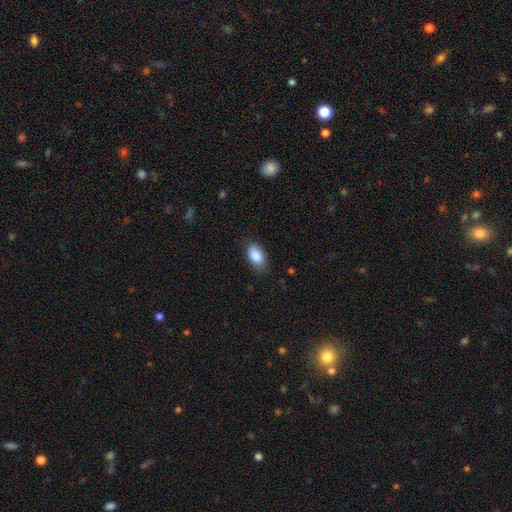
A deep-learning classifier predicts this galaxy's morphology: Smooth or featured?
  - smooth: 87% *
  - star or artifact: 7%
  - featured or disk: 6%
How rounded?
  - in between: 93% *
  - round: 5%
  - cigar-shaped: 3%
Merging?
  - none: 77% *
  - minor disturbance: 18%
  - major disturbance: 4%
  - merger: 1%